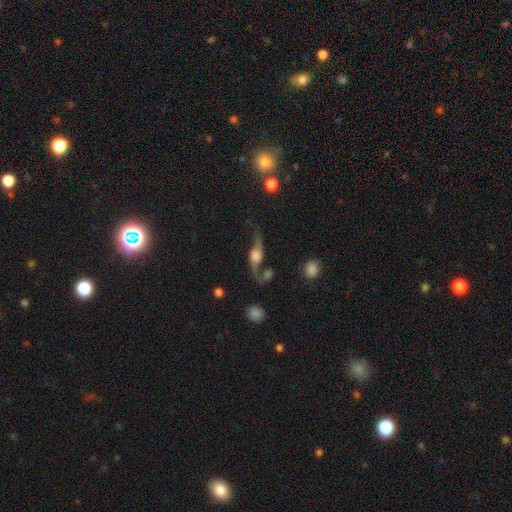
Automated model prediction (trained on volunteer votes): featured or disk 79%, smooth 13%, star or artifact 8%. Down the decision tree: edge-on disk — no (78%); bar — no (65%); spiral arms — yes (93%); spiral arm count — 2 (91%); spiral winding — loose (91%); bulge size — large (40%); merging — none (56%).